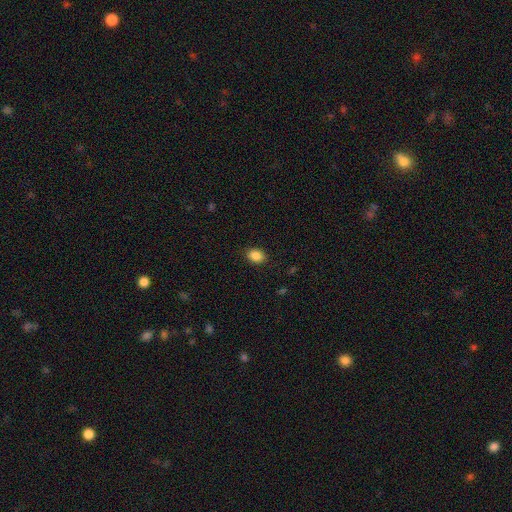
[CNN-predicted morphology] The model was most divided on "how rounded": in between: 71%, round: 28%, cigar-shaped: 1%. More confident: merging — none (89%); smooth or featured — smooth (87%).